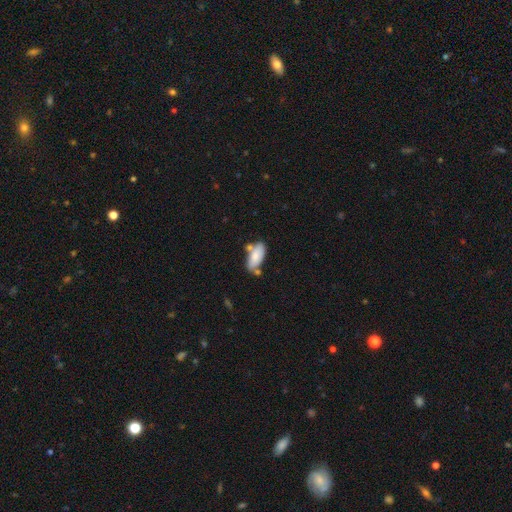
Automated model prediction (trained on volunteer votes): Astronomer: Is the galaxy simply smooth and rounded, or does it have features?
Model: smooth — 77%.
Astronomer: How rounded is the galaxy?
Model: in between — 87%.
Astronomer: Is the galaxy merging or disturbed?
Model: none — 57%.